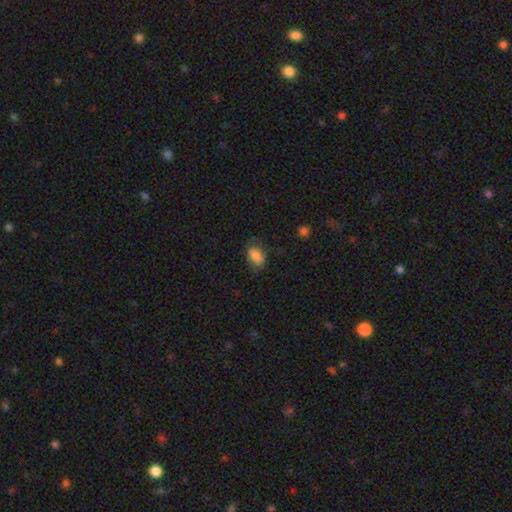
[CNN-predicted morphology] Smooth or featured?
  - smooth: 80% *
  - featured or disk: 12%
  - star or artifact: 8%
How rounded?
  - in between: 89% *
  - round: 8%
  - cigar-shaped: 3%
Merging?
  - none: 62% *
  - minor disturbance: 25%
  - major disturbance: 11%
  - merger: 1%